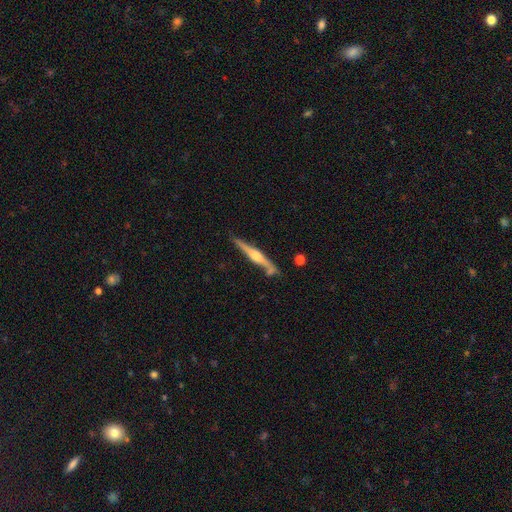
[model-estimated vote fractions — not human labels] A featured or disk galaxy (72%) viewed edge-on (97%) with a rounded central bulge (79%).

Vote fractions:
- Smooth or featured? featured or disk: 72% / smooth: 23% / star or artifact: 5%
- Edge-on disk? yes: 97% / no: 3%
- Edge-on bulge? rounded: 79% / boxy: 13% / none: 8%
- Merging? none: 79% / minor disturbance: 13% / merger: 6% / major disturbance: 3%